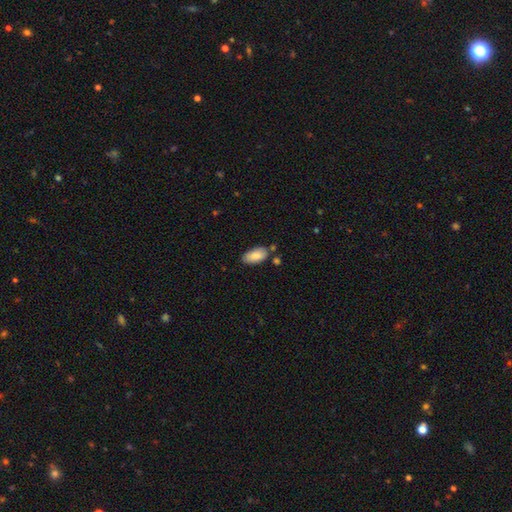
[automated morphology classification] smooth_or_featured: smooth (p=0.85) [alt: featured or disk p=0.08]
how_rounded: in between (p=0.93) [alt: cigar-shaped p=0.05]
merging: none (p=0.74) [alt: minor disturbance p=0.16]